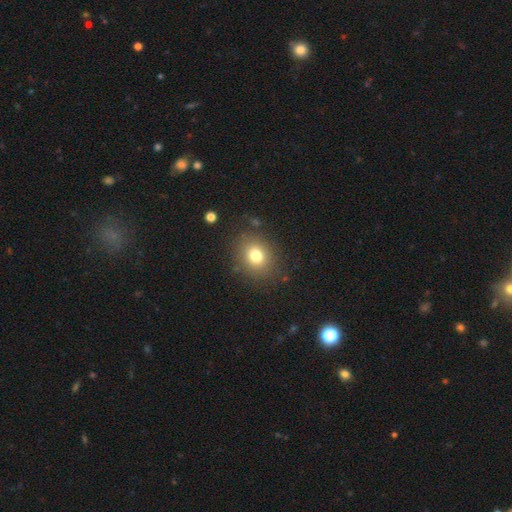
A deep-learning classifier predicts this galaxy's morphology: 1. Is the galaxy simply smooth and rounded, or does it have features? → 76% smooth, 13% star or artifact, 10% featured or disk.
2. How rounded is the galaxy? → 65% round, 34% in between, 1% cigar-shaped.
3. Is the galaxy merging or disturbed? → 84% none, 10% minor disturbance, 4% major disturbance, 2% merger.